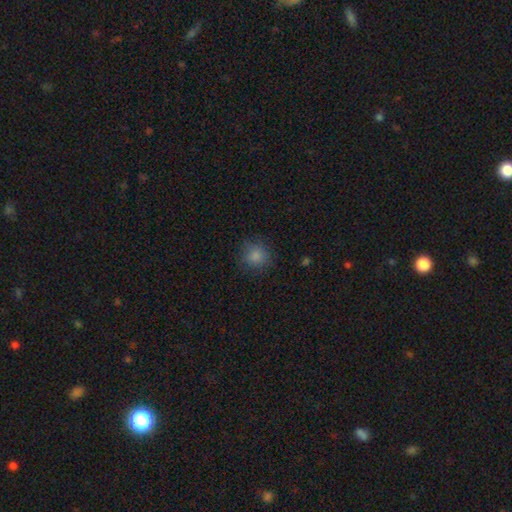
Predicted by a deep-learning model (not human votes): The model was most divided on "merging": none: 83%, minor disturbance: 12%, major disturbance: 4%, merger: 1%. More confident: how rounded — round (89%); smooth or featured — smooth (84%).